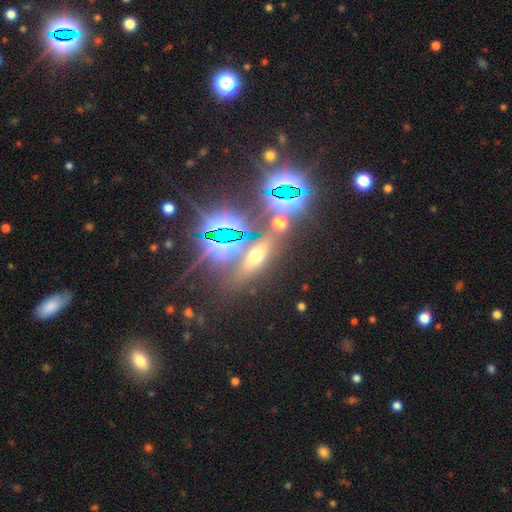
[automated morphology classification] Smooth or featured?
  - star or artifact: 49% *
  - smooth: 32%
  - featured or disk: 19%